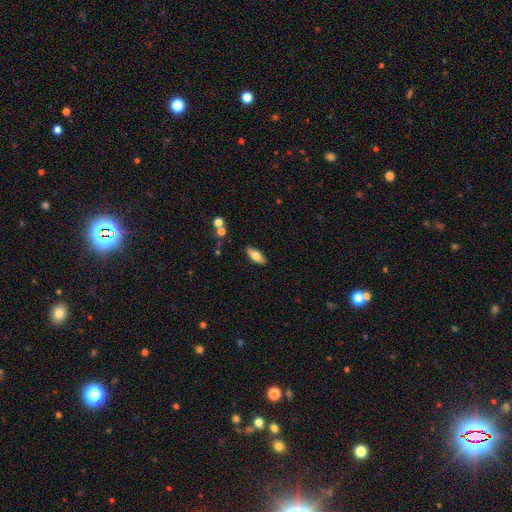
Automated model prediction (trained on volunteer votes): Smooth or featured: smooth — 68% (featured or disk — 25%)
How rounded: in between — 76% (cigar-shaped — 22%)
Merging: none — 86% (minor disturbance — 10%)